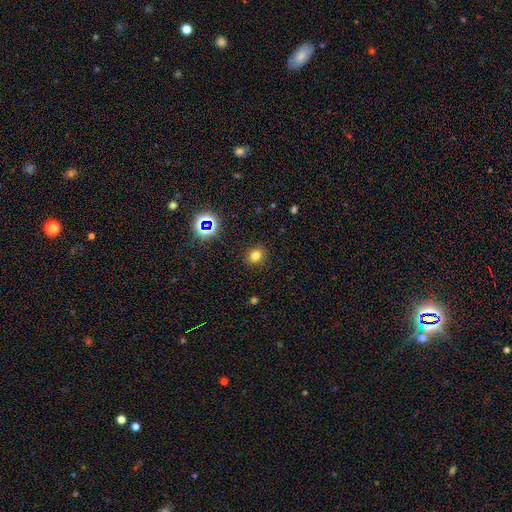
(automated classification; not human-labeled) smooth-or-featured: smooth: 75% | star or artifact: 18% | featured or disk: 7%
  how-rounded: round: 66% | in between: 33% | cigar-shaped: 1%
  merging: none: 88% | minor disturbance: 8% | major disturbance: 3% | merger: 1%